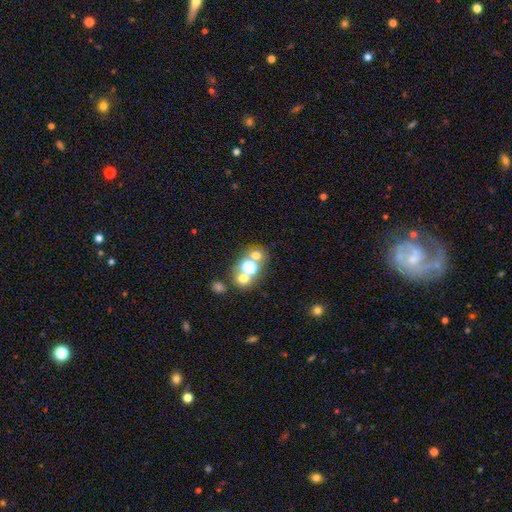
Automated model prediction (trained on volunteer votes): This appears to be a smooth galaxy with no disk features (56%) that is round (80%). Merging: none (57%).